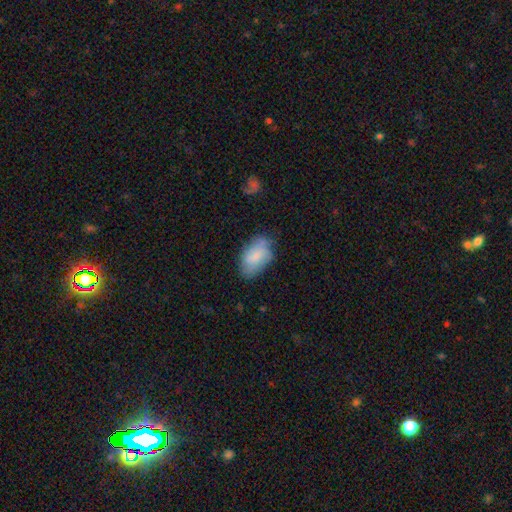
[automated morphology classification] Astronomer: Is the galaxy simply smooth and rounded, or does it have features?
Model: smooth — 76%.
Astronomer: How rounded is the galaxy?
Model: in between — 93%.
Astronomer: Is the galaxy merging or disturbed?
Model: none — 62%.